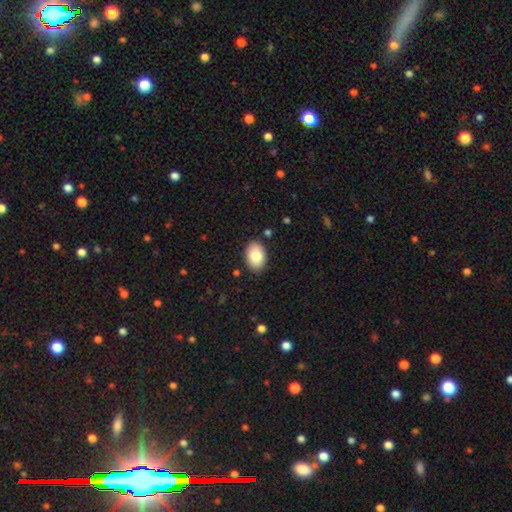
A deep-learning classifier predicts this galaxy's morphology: This appears to be a smooth galaxy with no disk features (80%) that is in between round and cigar-shaped (84%). Merging: none (88%).